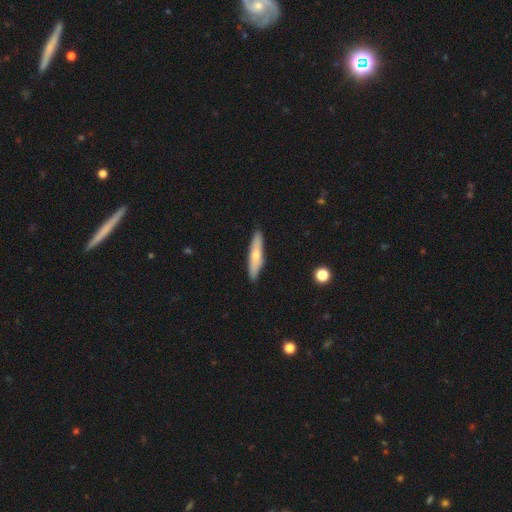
Smooth or featured?
  - smooth: 64% *
  - featured or disk: 23%
  - star or artifact: 13%
How rounded?
  - cigar-shaped: 96% *
  - in between: 4%
  - round: 0%
Merging?
  - none: 79% *
  - minor disturbance: 18%
  - major disturbance: 3%
  - merger: 0%